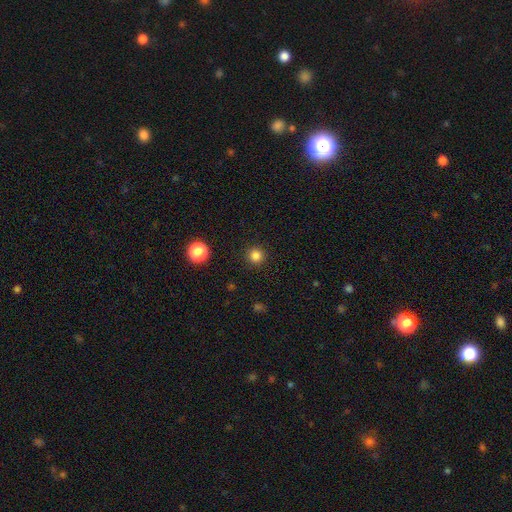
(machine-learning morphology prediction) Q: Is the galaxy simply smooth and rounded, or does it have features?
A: smooth — 83%.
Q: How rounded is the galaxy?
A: round — 96%.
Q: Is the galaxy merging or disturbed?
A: none — 92%.